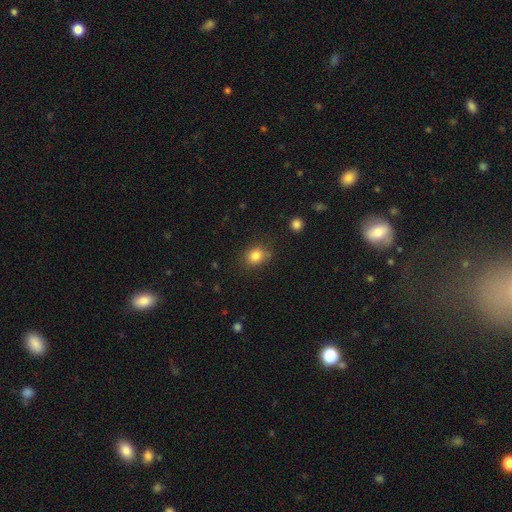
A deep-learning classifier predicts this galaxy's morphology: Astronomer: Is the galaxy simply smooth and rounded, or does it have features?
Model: smooth — 83%.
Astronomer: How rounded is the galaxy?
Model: round — 60% (runner-up: in between, 39%).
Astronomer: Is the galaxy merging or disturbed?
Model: none — 78%.